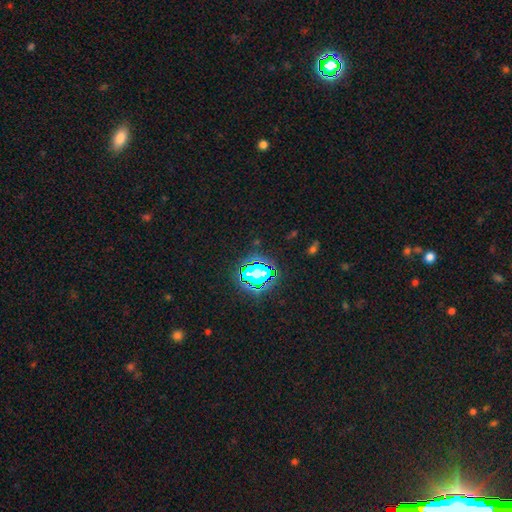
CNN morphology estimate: A star or artifact, not a galaxy (79%).